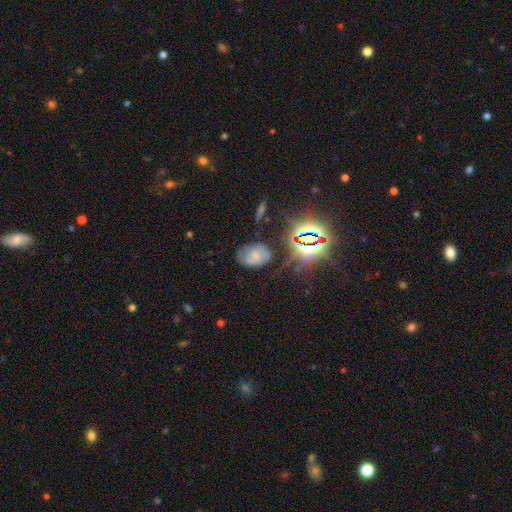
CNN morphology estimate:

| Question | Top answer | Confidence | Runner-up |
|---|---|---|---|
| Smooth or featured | smooth | 53% | featured or disk (25%) |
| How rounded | in between | 79% | round (20%) |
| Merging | none | 63% | minor disturbance (24%) |